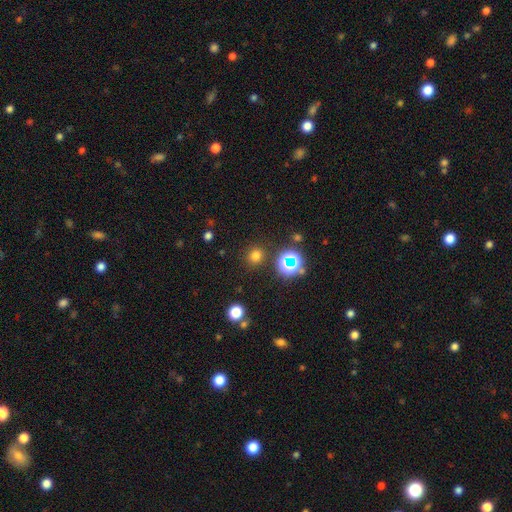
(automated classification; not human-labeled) Smooth or featured: smooth — 71% (star or artifact — 24%)
How rounded: round — 86% (in between — 13%)
Merging: none — 87% (minor disturbance — 7%)